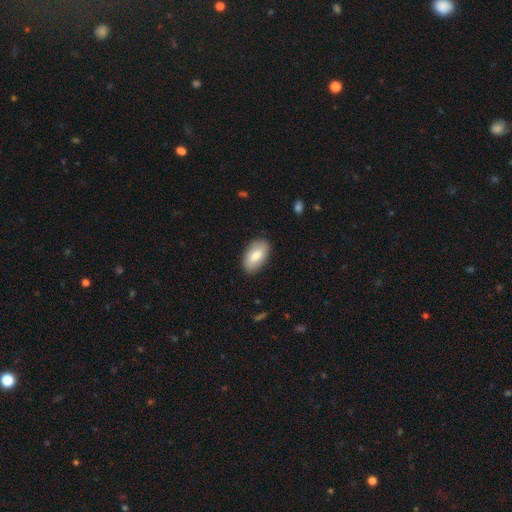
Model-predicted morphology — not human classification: Smooth or featured: smooth — 78% (featured or disk — 16%)
How rounded: in between — 94% (round — 3%)
Merging: none — 87% (minor disturbance — 10%)